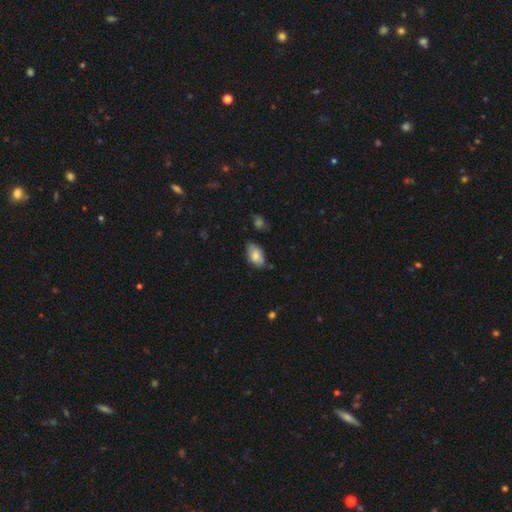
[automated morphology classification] type=smooth (80%); roundness=in between (92%); merging=none (61%).